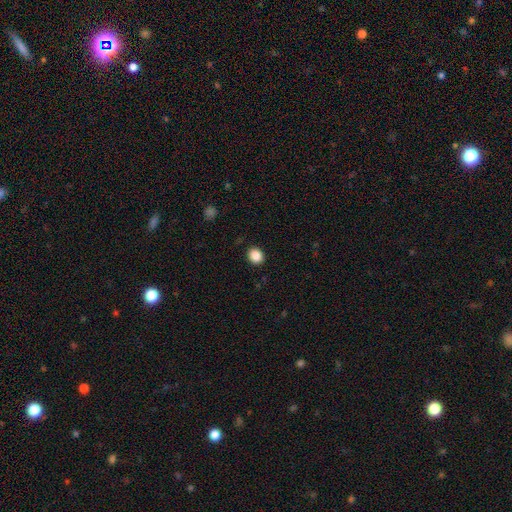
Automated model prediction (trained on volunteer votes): Overall: smooth (88%). How rounded: round (63%; in between 36%). Merging: none (90%).